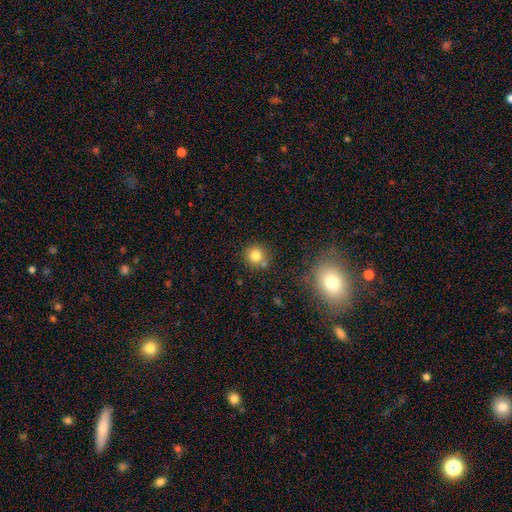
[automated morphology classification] This is likely a smooth galaxy (80%). How rounded: clearly round (92%). Merging: likely none (74%).